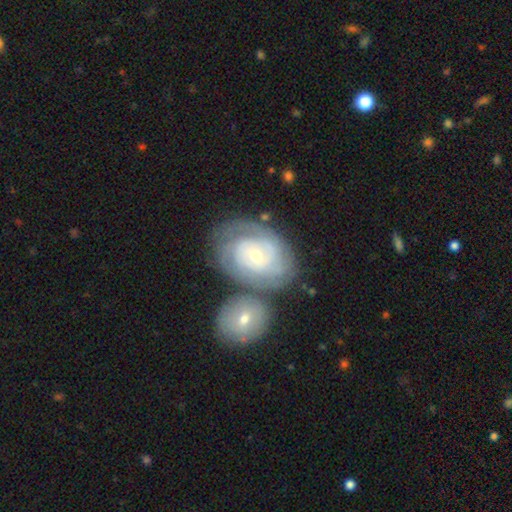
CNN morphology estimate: Smooth or featured? featured or disk (79%)
Edge-on disk? no (96%)
Bar? no (75%)
Spiral arms? yes (90%)
Spiral winding? tight (76%)
Spiral arm count? can't tell (40%)
Bulge size? small (50%)
Merging? none (53%)